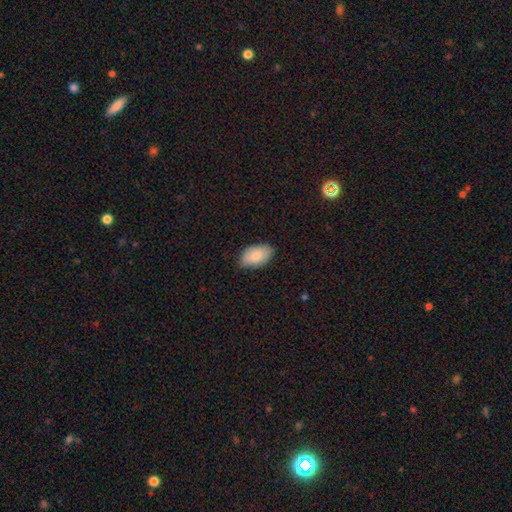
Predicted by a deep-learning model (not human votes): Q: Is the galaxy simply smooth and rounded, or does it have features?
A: smooth — 85%.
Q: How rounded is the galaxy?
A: in between — 95%.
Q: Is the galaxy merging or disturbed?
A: none — 79%.